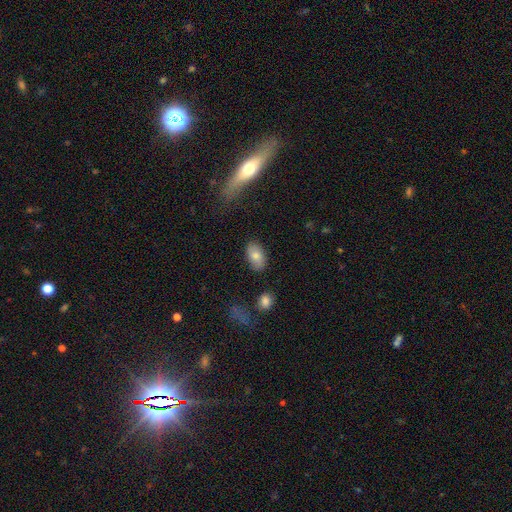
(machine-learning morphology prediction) This is likely a smooth galaxy (79%). How rounded: clearly in between (93%). Merging: clearly none (82%).